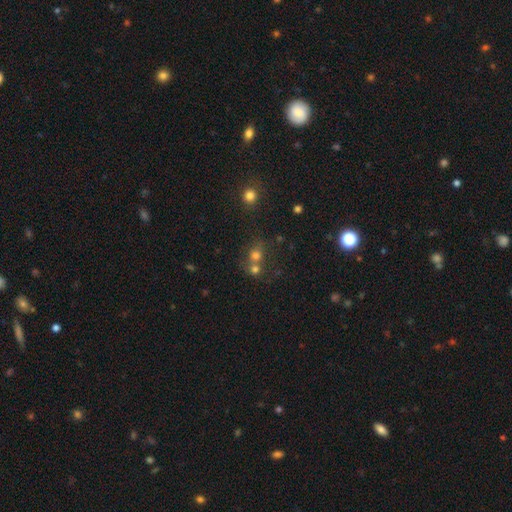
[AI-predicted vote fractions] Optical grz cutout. It shows a smooth galaxy with no disk features (65%) that is round (78%). Merging: merger (48%).